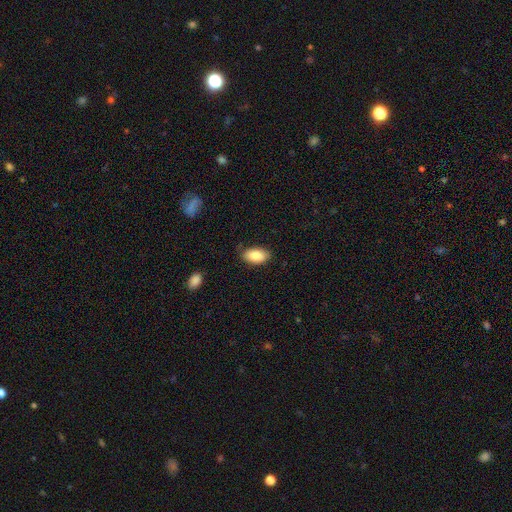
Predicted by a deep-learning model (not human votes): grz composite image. It shows a smooth galaxy with no disk features (86%) that is in between round and cigar-shaped (94%). Merging: none (82%).